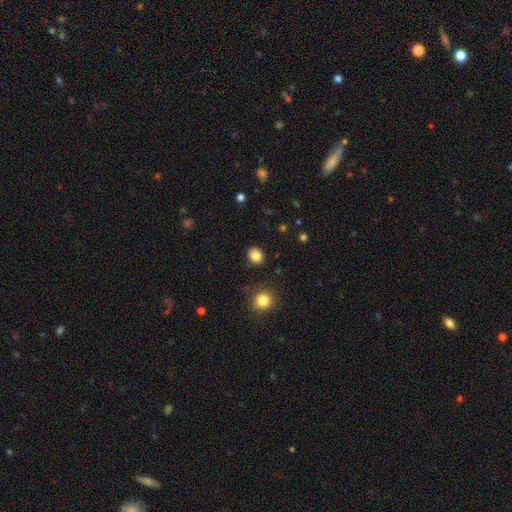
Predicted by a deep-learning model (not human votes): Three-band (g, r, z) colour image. It shows a smooth galaxy with no disk features (84%) that is round (66%). Merging: none (88%).